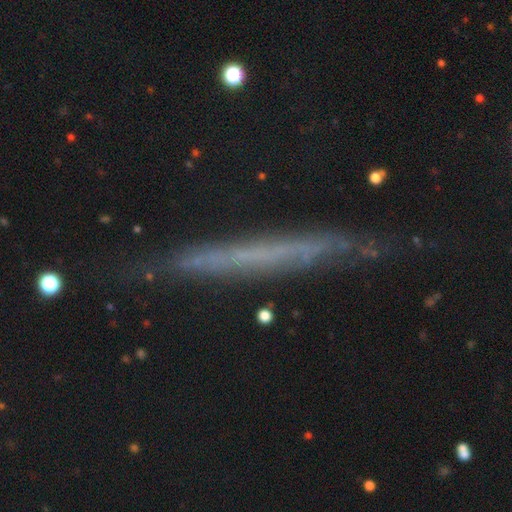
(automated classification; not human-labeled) This is possibly a featured or disk galaxy (55%). It is clearly viewed edge-on (87%). Merging: likely none (78%).